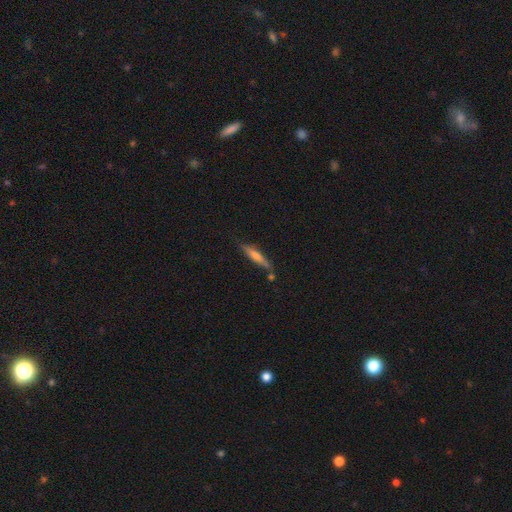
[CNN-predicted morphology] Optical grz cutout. It shows a smooth galaxy with no disk features (49%). Merging: none (73%).